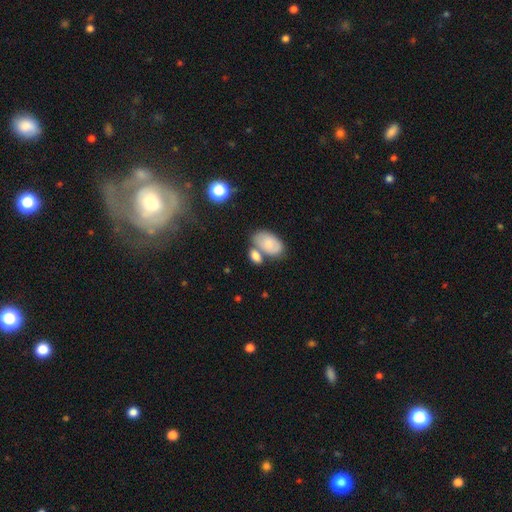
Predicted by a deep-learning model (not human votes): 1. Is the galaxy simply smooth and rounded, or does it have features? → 78% smooth, 14% featured or disk, 8% star or artifact.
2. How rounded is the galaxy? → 86% in between, 12% round, 2% cigar-shaped.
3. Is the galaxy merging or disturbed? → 44% none, 37% merger, 14% minor disturbance, 5% major disturbance.